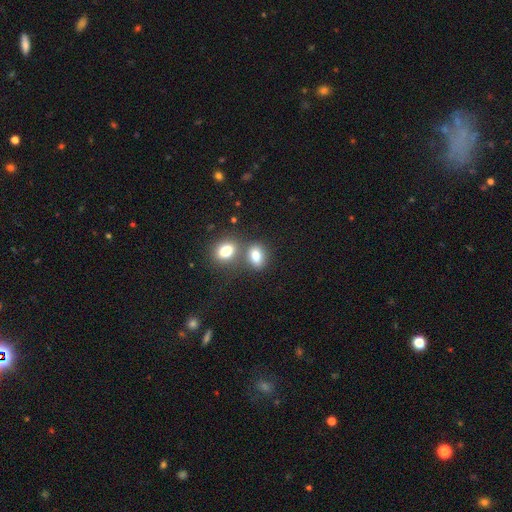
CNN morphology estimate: smooth-or-featured: smooth: 81% | star or artifact: 10% | featured or disk: 8%
  how-rounded: in between: 72% | round: 26% | cigar-shaped: 2%
  merging: none: 49% | merger: 36% | minor disturbance: 11% | major disturbance: 4%